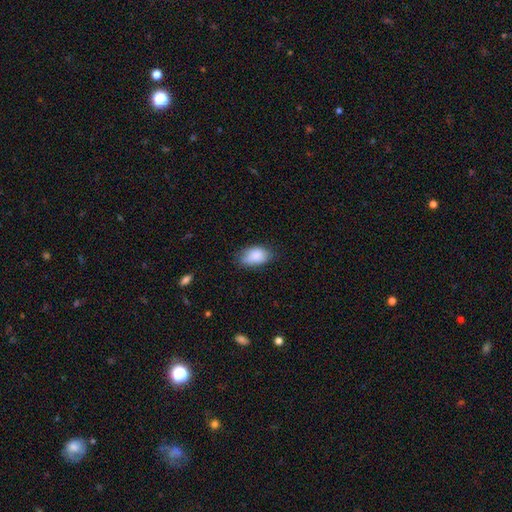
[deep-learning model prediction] Overall: smooth (86%). How rounded: in between (91%). Merging: none (64%; minor disturbance 28%).